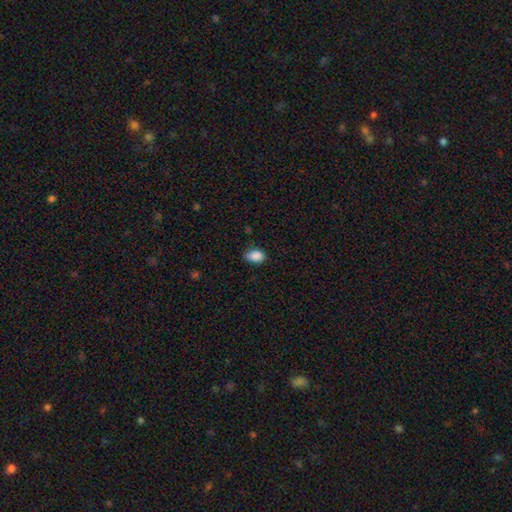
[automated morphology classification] smooth-or-featured: smooth: 89% | star or artifact: 8% | featured or disk: 3%
  how-rounded: in between: 85% | round: 13% | cigar-shaped: 1%
  merging: none: 74% | minor disturbance: 21% | major disturbance: 3% | merger: 1%